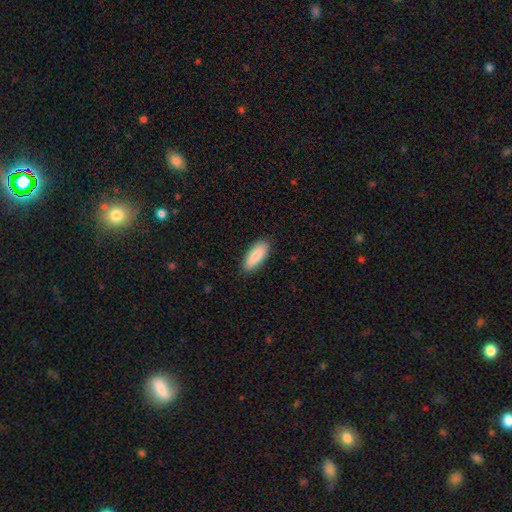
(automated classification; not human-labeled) This is clearly a smooth galaxy (87%). How rounded: likely in between (73%). Merging: clearly none (87%).